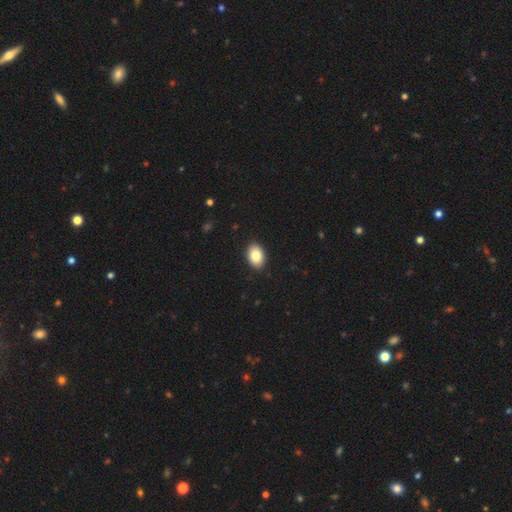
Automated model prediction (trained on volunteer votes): smooth_or_featured: smooth (p=0.84) [alt: featured or disk p=0.08]
how_rounded: in between (p=0.83) [alt: round p=0.16]
merging: none (p=0.91) [alt: minor disturbance p=0.06]